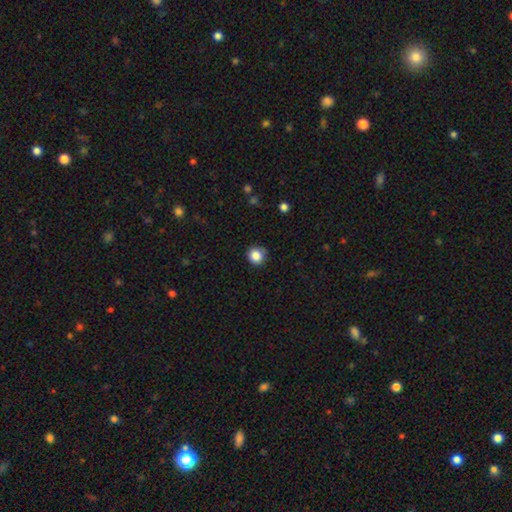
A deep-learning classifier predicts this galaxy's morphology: This appears to be a smooth galaxy with no disk features (86%) that is round (92%). Merging: none (84%).